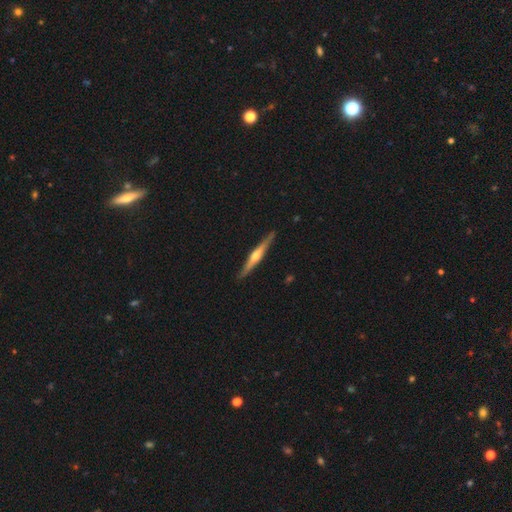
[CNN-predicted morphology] Q: Smooth or featured?
A: featured or disk (71%); runner-up: smooth (24%)
Q: Edge-on disk?
A: yes (98%); runner-up: no (2%)
Q: Edge-on bulge?
A: rounded (86%); runner-up: none (8%)
Q: Merging?
A: none (89%); runner-up: minor disturbance (9%)